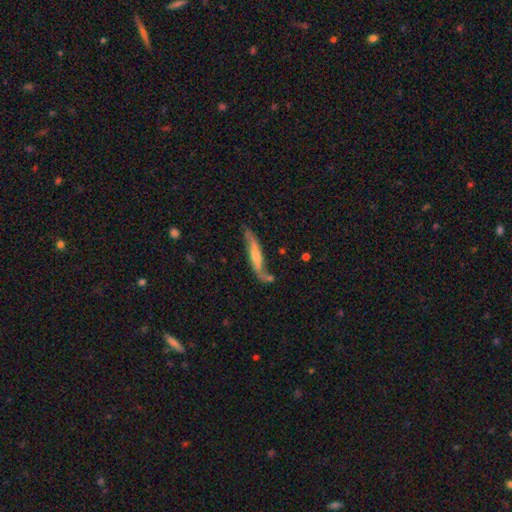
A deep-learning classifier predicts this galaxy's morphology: Smooth or featured? Predicted: featured or disk (p=0.66). Edge-on disk? Predicted: yes (p=0.56). Merging? Predicted: none (p=0.59).